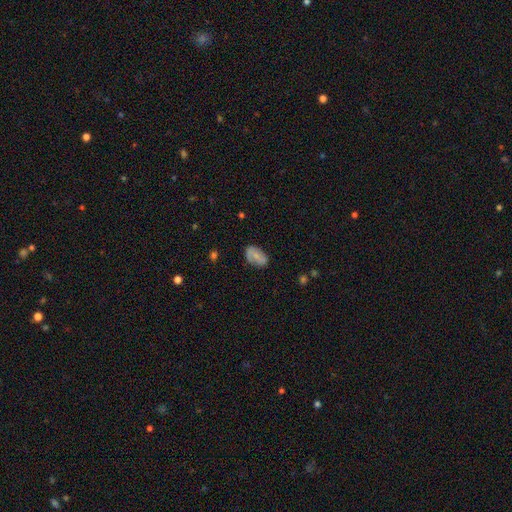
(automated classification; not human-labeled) smooth 66%, featured or disk 26%, star or artifact 8%. Down the decision tree: how rounded — in between (91%); merging — none (67%).